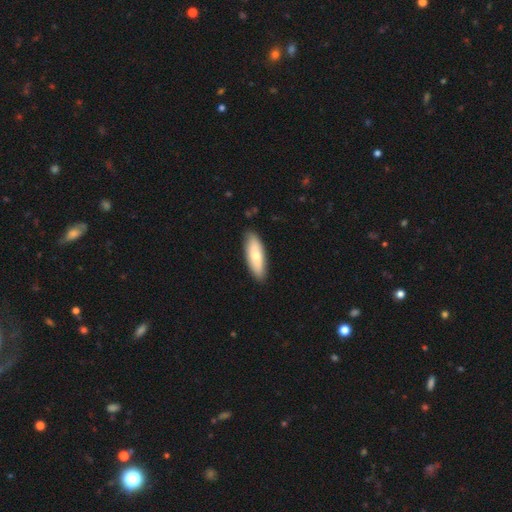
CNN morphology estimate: smooth-or-featured: smooth: 66% | featured or disk: 29% | star or artifact: 5%
  how-rounded: in between: 63% | cigar-shaped: 35% | round: 2%
  merging: none: 87% | minor disturbance: 10% | major disturbance: 2% | merger: 1%